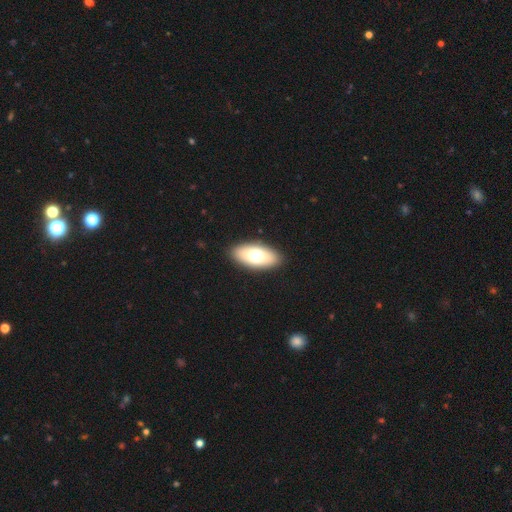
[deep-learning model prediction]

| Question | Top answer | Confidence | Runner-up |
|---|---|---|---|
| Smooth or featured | smooth | 70% | featured or disk (23%) |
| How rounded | in between | 89% | cigar-shaped (7%) |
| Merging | none | 89% | minor disturbance (8%) |